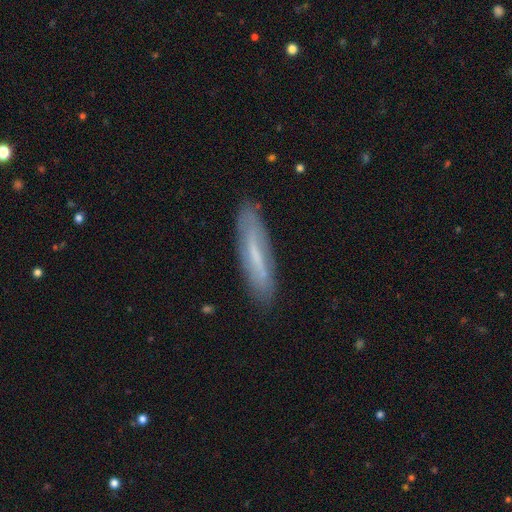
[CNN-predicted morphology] This appears to be a featured or disk galaxy (48%). Merging: none (83%).